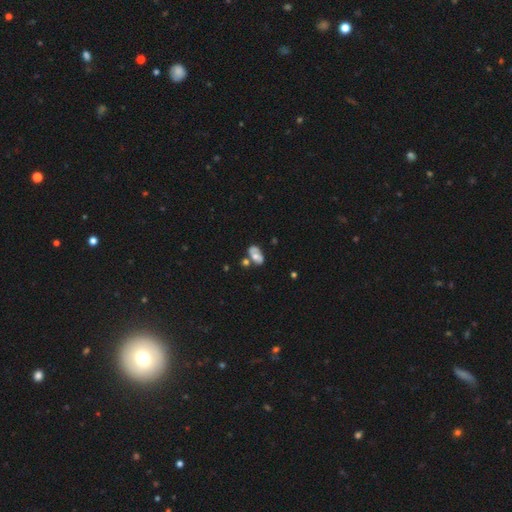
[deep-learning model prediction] This appears to be a featured or disk galaxy (47%). Merging: none (40%).